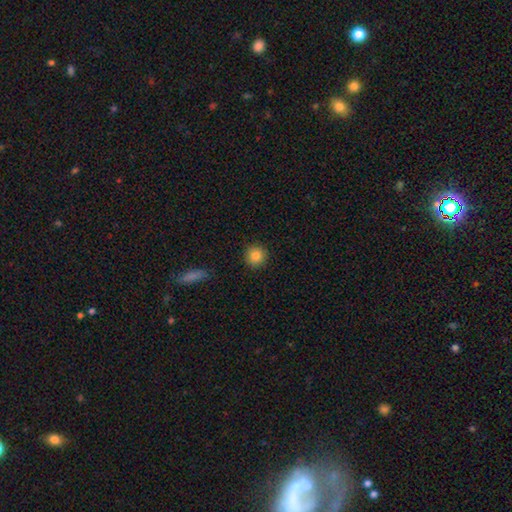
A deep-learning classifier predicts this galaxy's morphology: Overall: smooth (84%). How rounded: round (94%). Merging: none (91%).